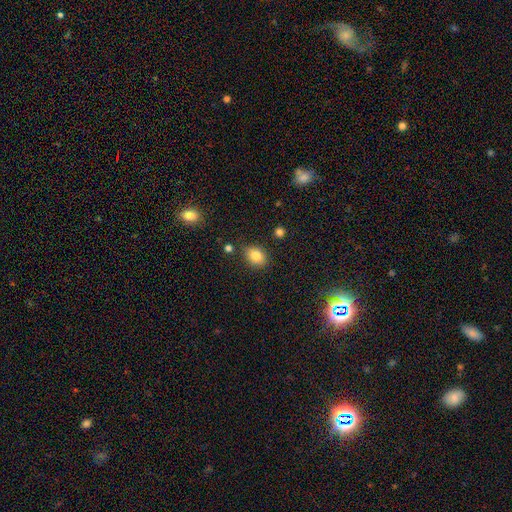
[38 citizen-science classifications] Overall: smooth (84%). How rounded: round (53%; in between 47%). Merging: none (83%).